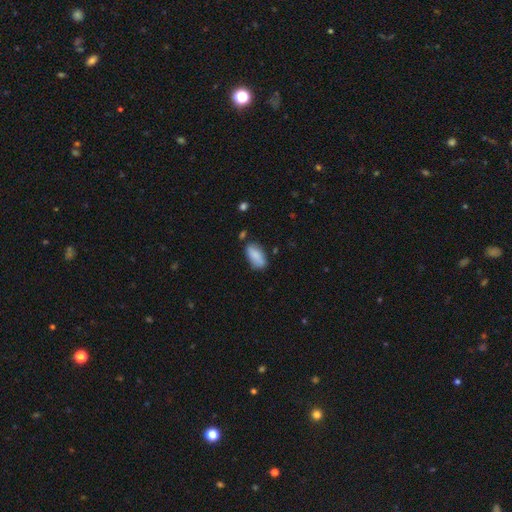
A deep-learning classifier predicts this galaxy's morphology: This is clearly a smooth galaxy (84%). How rounded: clearly in between (90%). Merging: likely none (71%).